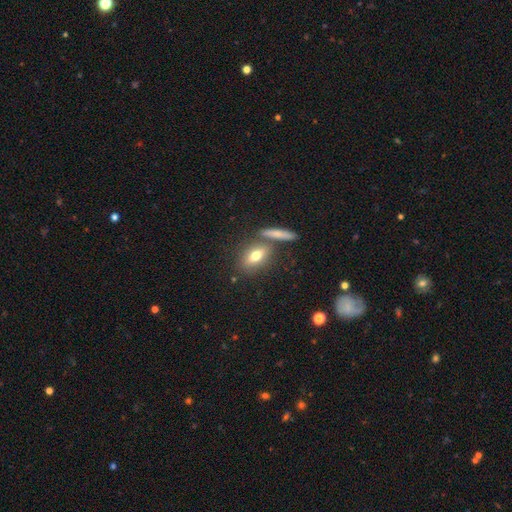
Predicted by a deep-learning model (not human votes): smooth 69%, featured or disk 22%, star or artifact 9%. Down the decision tree: how rounded — in between (71%); merging — none (63%).